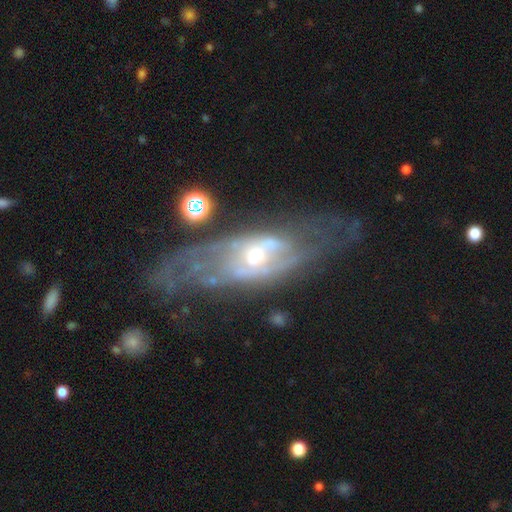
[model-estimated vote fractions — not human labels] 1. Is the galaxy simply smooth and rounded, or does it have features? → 79% featured or disk, 14% smooth, 8% star or artifact.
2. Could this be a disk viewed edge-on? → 86% no, 14% yes.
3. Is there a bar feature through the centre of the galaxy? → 62% no, 29% weak, 9% strong.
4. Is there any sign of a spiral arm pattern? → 71% yes, 29% no.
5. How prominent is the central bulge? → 65% moderate, 20% small, 10% large, 2% none, 2% dominant.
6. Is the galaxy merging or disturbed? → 46% none, 26% major disturbance, 22% minor disturbance, 6% merger.